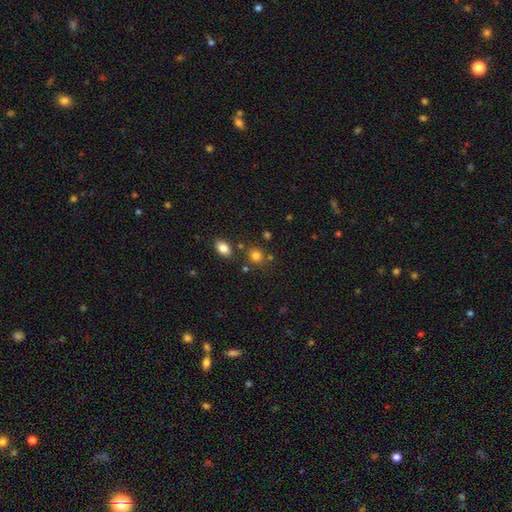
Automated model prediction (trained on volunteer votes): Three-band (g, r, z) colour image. It shows a smooth galaxy with no disk features (81%) that is round (72%). Merging: none (73%).